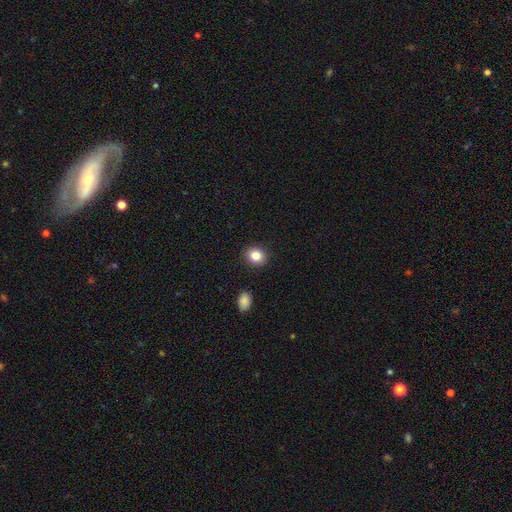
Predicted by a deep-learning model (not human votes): Smooth or featured? smooth (85%)
How rounded? round (65%)
Merging? none (89%)